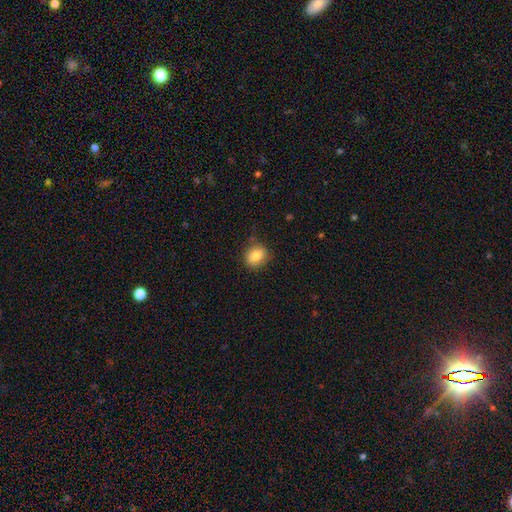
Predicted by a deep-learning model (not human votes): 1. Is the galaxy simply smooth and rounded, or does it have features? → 83% smooth, 9% star or artifact, 8% featured or disk.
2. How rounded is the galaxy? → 55% round, 43% in between, 1% cigar-shaped.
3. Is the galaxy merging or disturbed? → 83% none, 13% minor disturbance, 3% major disturbance, 2% merger.